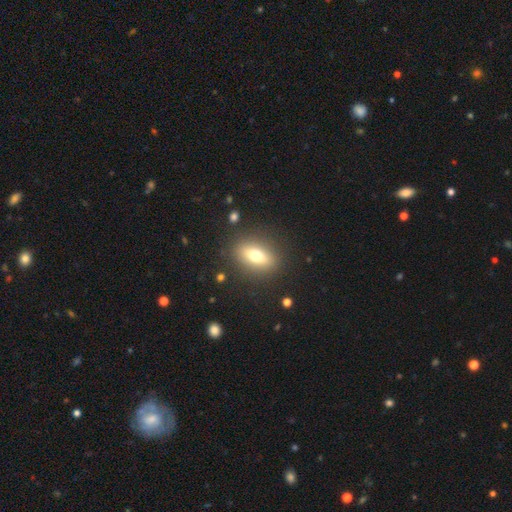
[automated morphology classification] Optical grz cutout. It shows a smooth galaxy with no disk features (68%) that is in between round and cigar-shaped (73%). Merging: none (86%).